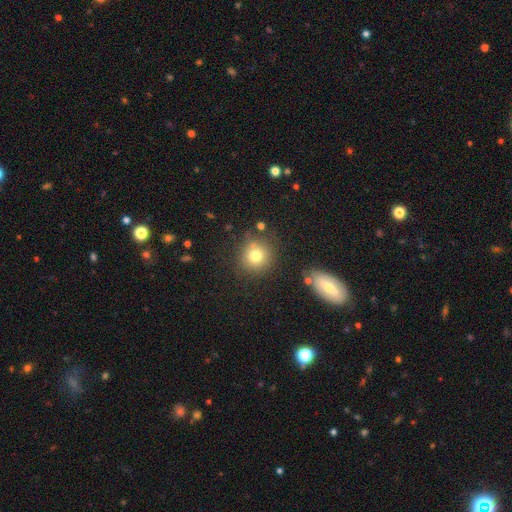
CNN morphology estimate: smooth_or_featured: smooth (p=0.77) [alt: star or artifact p=0.13]
how_rounded: round (p=0.92) [alt: in between p=0.07]
merging: none (p=0.80) [alt: minor disturbance p=0.11]